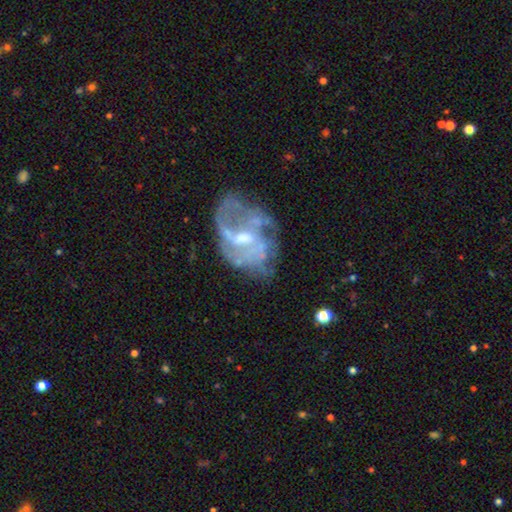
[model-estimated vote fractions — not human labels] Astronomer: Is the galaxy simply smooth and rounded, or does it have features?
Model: featured or disk — 76%.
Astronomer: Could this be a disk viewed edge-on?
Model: no — 97%.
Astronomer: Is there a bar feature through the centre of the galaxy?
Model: weak — 46% (runner-up: no, 41%).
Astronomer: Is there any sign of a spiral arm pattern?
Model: yes — 55% (runner-up: no, 45%).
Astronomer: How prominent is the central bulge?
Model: moderate — 50% (runner-up: small, 28%).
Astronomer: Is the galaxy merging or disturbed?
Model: none — 39% (runner-up: major disturbance, 32%).